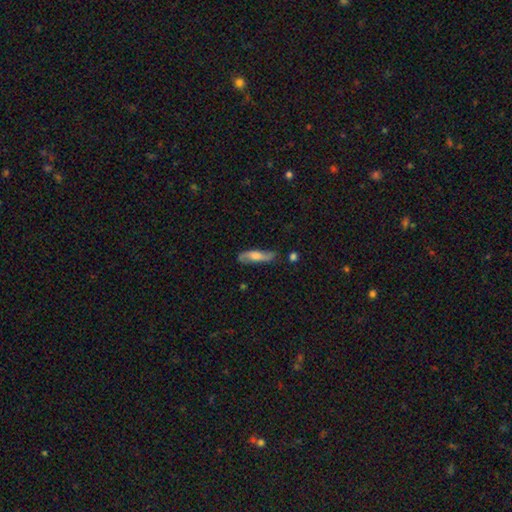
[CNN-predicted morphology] type=featured or disk (58%); edge-on=no (61%); merging=none (74%).